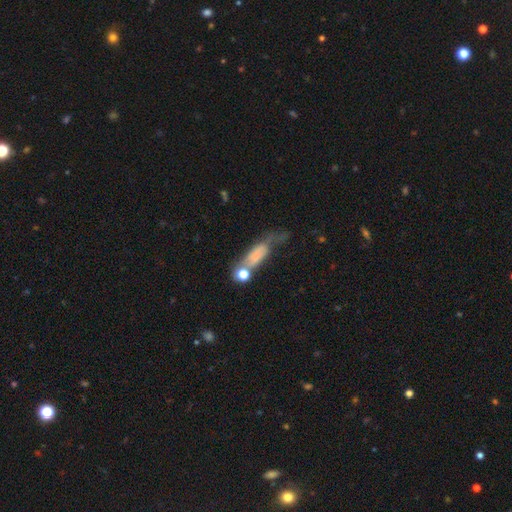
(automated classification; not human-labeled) Smooth or featured?
  - smooth: 60% *
  - featured or disk: 28%
  - star or artifact: 12%
How rounded?
  - in between: 51% *
  - cigar-shaped: 41%
  - round: 8%
Merging?
  - major disturbance: 29% *
  - none: 28%
  - minor disturbance: 24%
  - merger: 19%